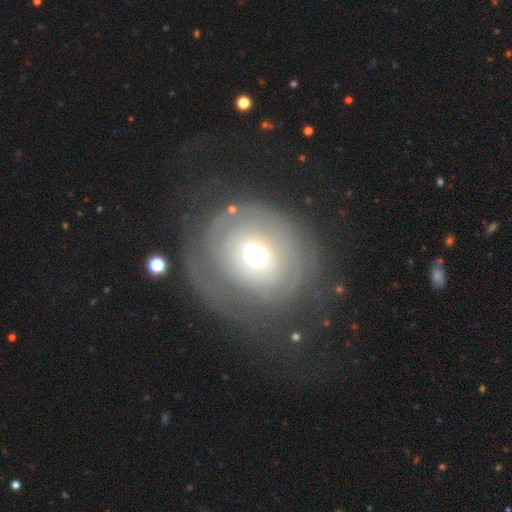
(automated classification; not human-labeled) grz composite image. It shows a featured or disk galaxy (50%). Merging: none (46%).